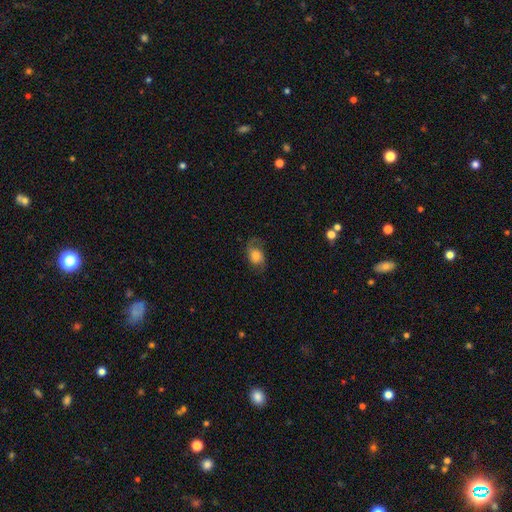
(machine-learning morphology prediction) A smooth galaxy with no disk features (54%) that is in between round and cigar-shaped (70%). Merging: none (59%).